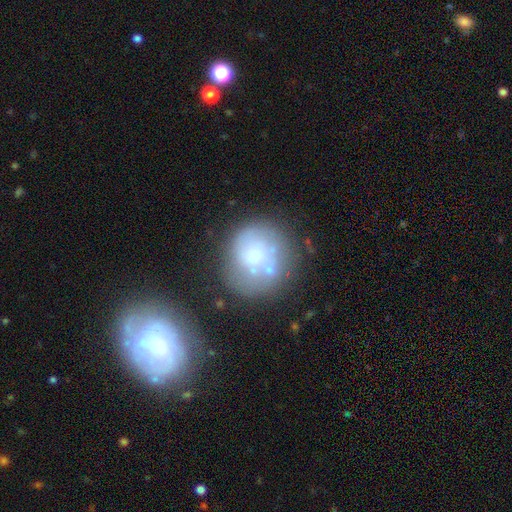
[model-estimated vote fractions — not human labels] Smooth or featured? Predicted: smooth (p=0.47). Merging? Predicted: none (p=0.52).